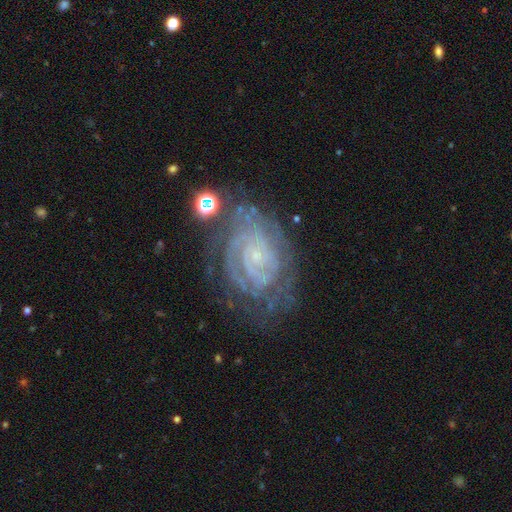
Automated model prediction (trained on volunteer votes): The model was most divided on "spiral arm count": can't tell: 28%, 2: 23%, 3: 18%, 4: 16%, more than 4: 9%, 1: 7%. More confident: edge-on disk — no (97%); spiral arms — yes (97%); smooth or featured — featured or disk (87%); bulge size — small (85%); spiral winding — tight (80%); bar — no (71%); merging — none (66%).